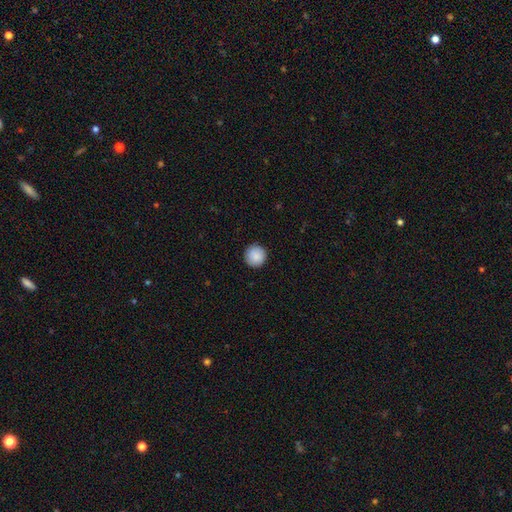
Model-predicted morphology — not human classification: The model was most divided on "smooth or featured": smooth: 88%, star or artifact: 7%, featured or disk: 5%. More confident: how rounded — round (96%); merging — none (92%).